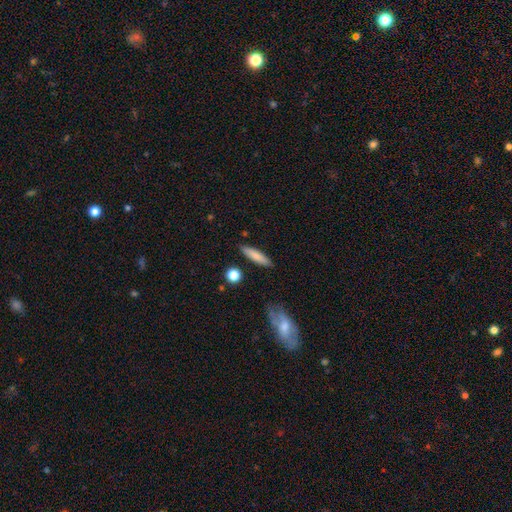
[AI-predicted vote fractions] A smooth galaxy with no disk features (79%) that is cigar-shaped (76%). Merging: none (86%).